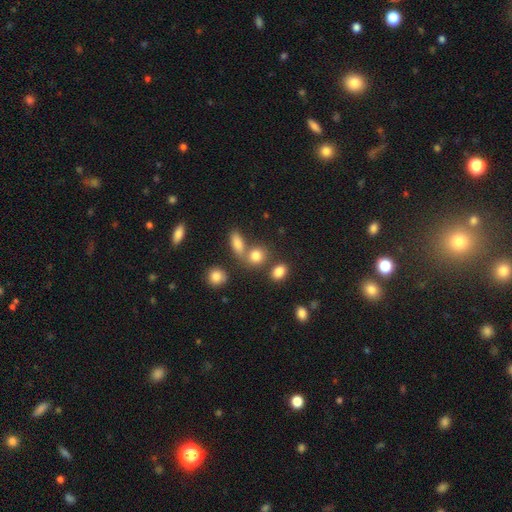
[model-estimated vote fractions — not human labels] smooth 80%, star or artifact 12%, featured or disk 8%. Down the decision tree: how rounded — round (58%); merging — none (56%).